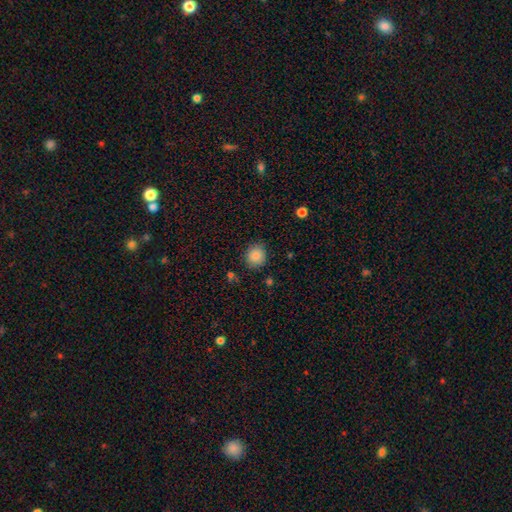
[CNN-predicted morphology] Smooth or featured? Predicted: smooth (p=0.86). How rounded? Predicted: round (p=0.78). Merging? Predicted: none (p=0.86).